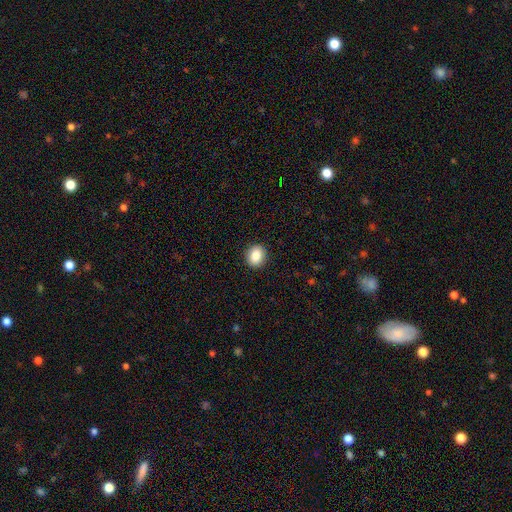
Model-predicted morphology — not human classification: smooth-or-featured: smooth: 87% | star or artifact: 8% | featured or disk: 4%
  how-rounded: round: 58% | in between: 41% | cigar-shaped: 1%
  merging: none: 91% | minor disturbance: 7% | major disturbance: 2% | merger: 1%